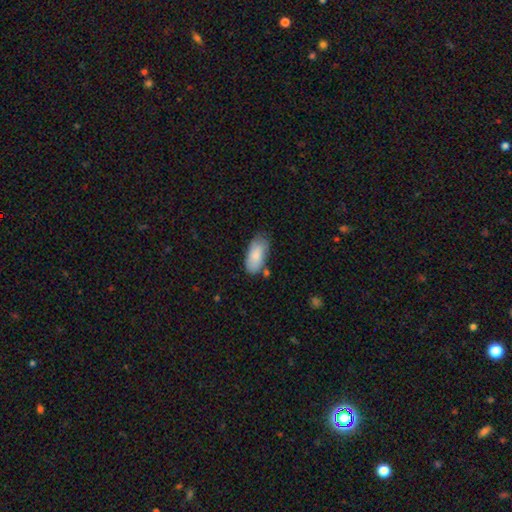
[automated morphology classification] This is clearly a smooth galaxy (83%). How rounded: clearly in between (91%). Merging: likely none (60%).